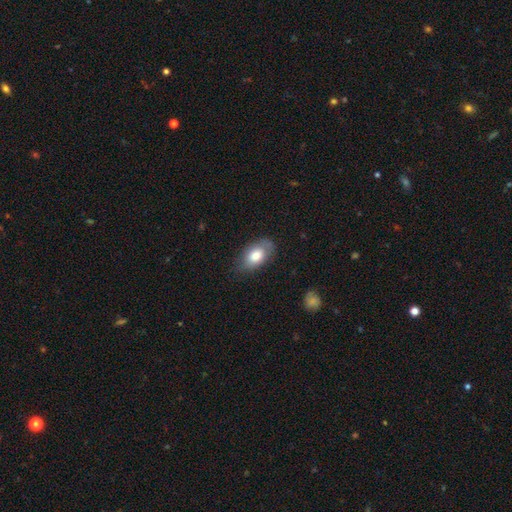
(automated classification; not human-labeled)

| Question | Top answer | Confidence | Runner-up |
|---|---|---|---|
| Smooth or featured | smooth | 75% | featured or disk (18%) |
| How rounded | in between | 91% | round (8%) |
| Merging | none | 72% | minor disturbance (22%) |